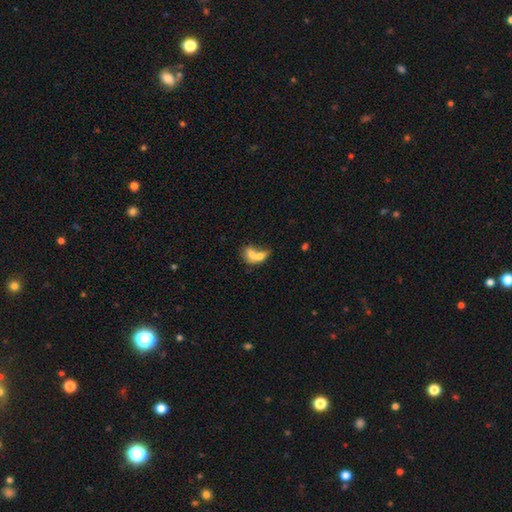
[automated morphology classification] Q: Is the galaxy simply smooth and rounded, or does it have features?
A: smooth — 69%.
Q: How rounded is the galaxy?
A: in between — 74%.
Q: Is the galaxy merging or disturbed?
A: merger — 75%.